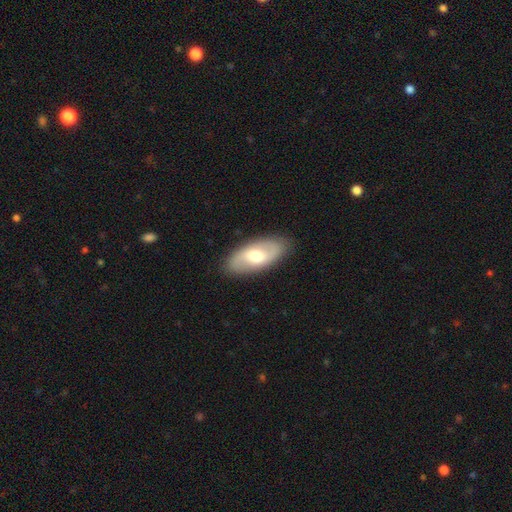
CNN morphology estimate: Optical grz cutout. It shows a featured or disk galaxy (51%). Merging: none (87%).